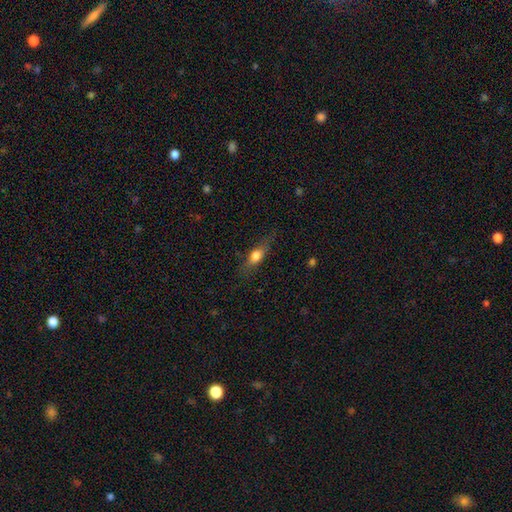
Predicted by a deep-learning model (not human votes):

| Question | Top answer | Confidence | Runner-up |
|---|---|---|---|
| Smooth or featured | smooth | 65% | featured or disk (27%) |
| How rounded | in between | 56% | cigar-shaped (38%) |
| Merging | none | 73% | minor disturbance (19%) |